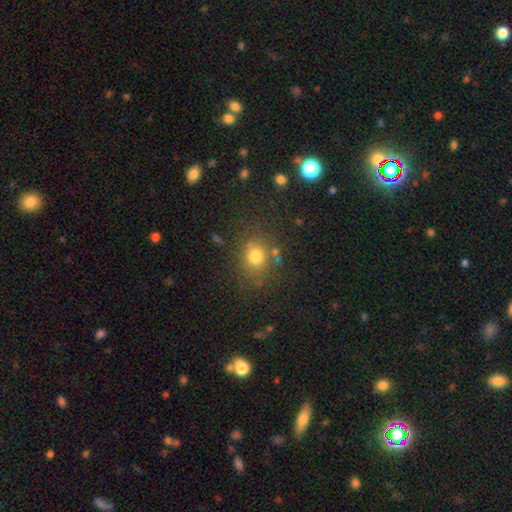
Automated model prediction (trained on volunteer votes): smooth-or-featured: smooth: 75% | star or artifact: 15% | featured or disk: 9%
  how-rounded: round: 71% | in between: 28% | cigar-shaped: 1%
  merging: none: 75% | minor disturbance: 14% | merger: 6% | major disturbance: 6%